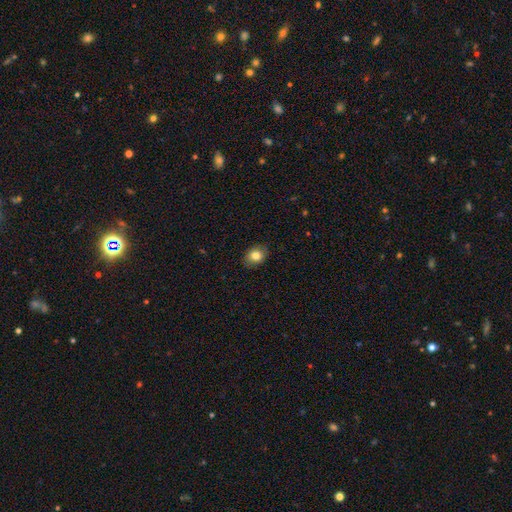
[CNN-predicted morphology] smooth-or-featured: smooth: 81% | featured or disk: 10% | star or artifact: 9%
  how-rounded: in between: 58% | round: 41% | cigar-shaped: 1%
  merging: none: 86% | minor disturbance: 11% | major disturbance: 2% | merger: 1%